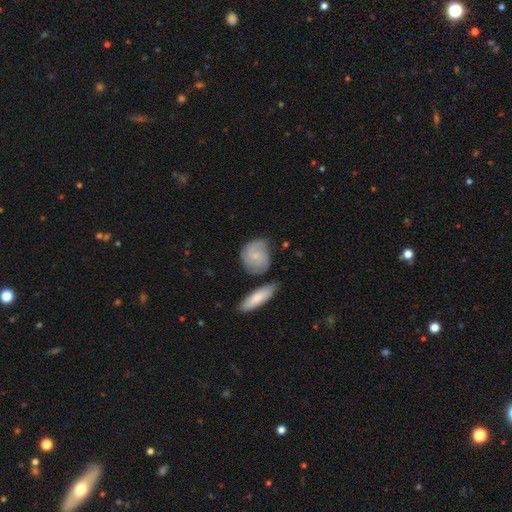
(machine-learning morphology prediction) A featured or disk galaxy (48%). Merging: none (66%).